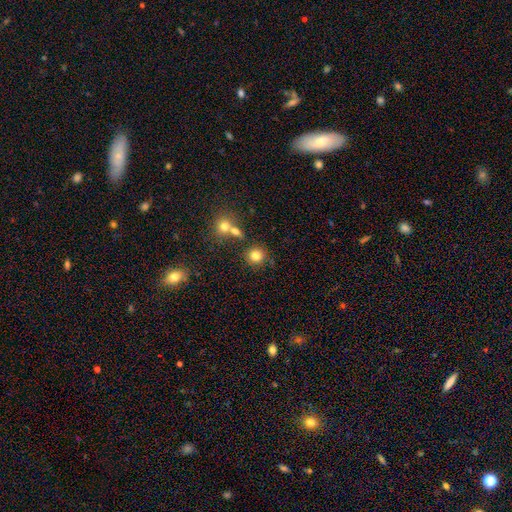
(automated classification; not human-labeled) Q: Smooth or featured?
A: smooth (80%); runner-up: star or artifact (13%)
Q: How rounded?
A: round (91%); runner-up: in between (8%)
Q: Merging?
A: none (79%); runner-up: merger (10%)